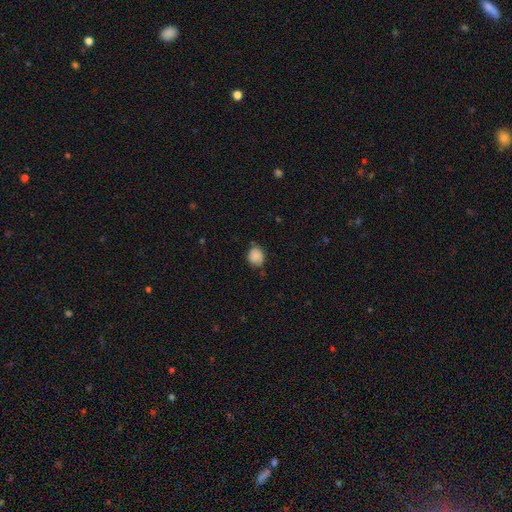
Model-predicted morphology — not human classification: smooth 84%, star or artifact 9%, featured or disk 7%. Down the decision tree: how rounded — round (66%); merging — none (66%).